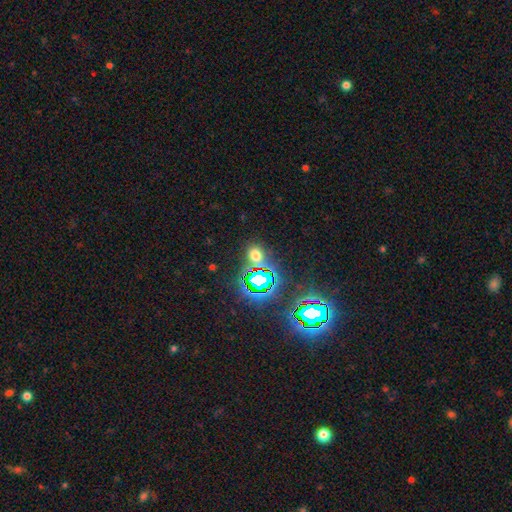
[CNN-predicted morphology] A smooth galaxy with no disk features (50%).

Vote fractions:
- Smooth or featured? smooth: 50% / star or artifact: 44% / featured or disk: 7%
- Merging? none: 77% / minor disturbance: 11% / merger: 7% / major disturbance: 5%